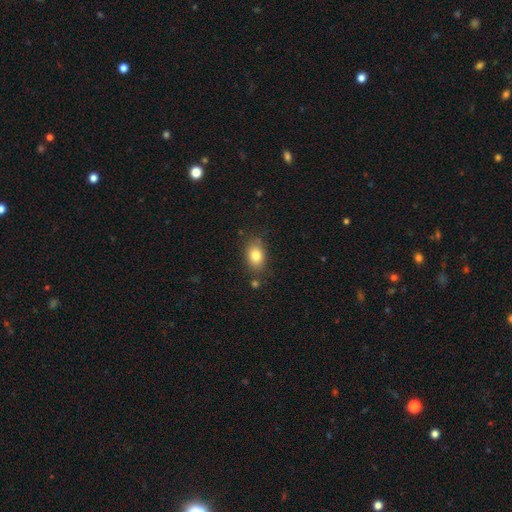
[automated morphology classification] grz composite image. It shows a smooth galaxy with no disk features (82%) that is in between round and cigar-shaped (80%). Merging: none (78%).